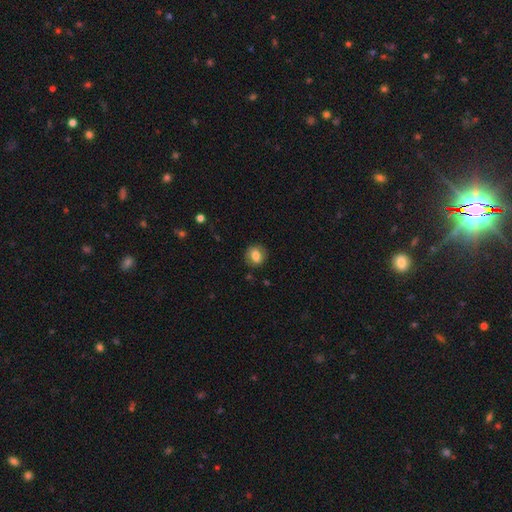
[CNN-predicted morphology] Smooth or featured: smooth — 74% (featured or disk — 17%)
How rounded: round — 68% (in between — 31%)
Merging: none — 83% (minor disturbance — 12%)